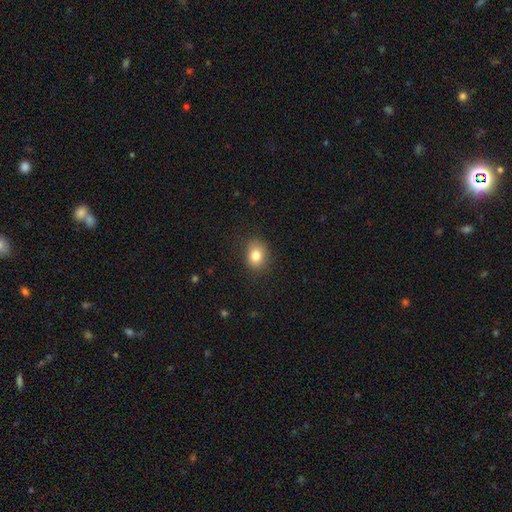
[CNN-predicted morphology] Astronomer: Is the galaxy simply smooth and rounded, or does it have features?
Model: smooth — 82%.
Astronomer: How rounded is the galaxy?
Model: round — 51% (runner-up: in between, 48%).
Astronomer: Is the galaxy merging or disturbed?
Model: none — 84%.